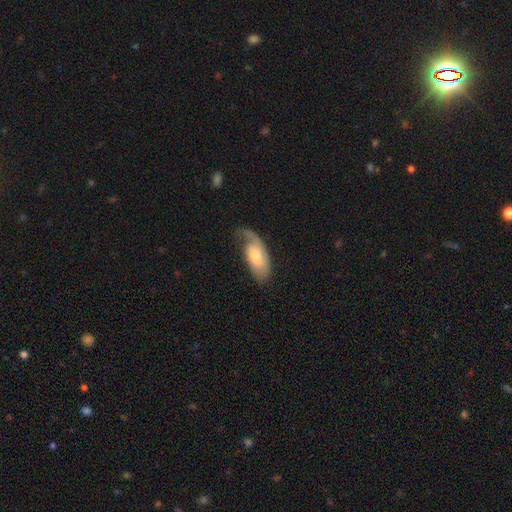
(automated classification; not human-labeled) This is possibly a featured or disk galaxy (53%). It is clearly not viewed edge-on (90%). Merging: marginally none (43%).